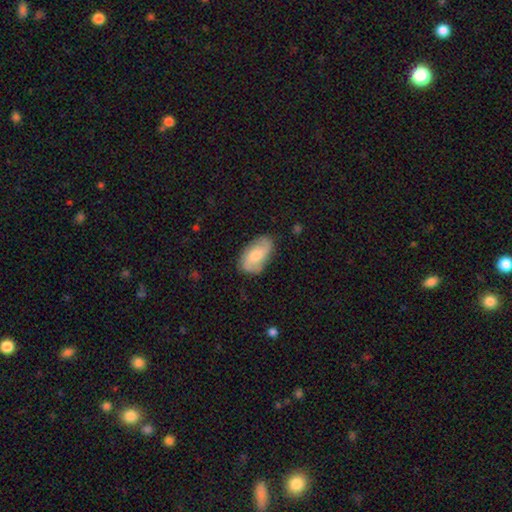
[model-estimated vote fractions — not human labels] A smooth galaxy with no disk features (47%). Merging: none (73%).